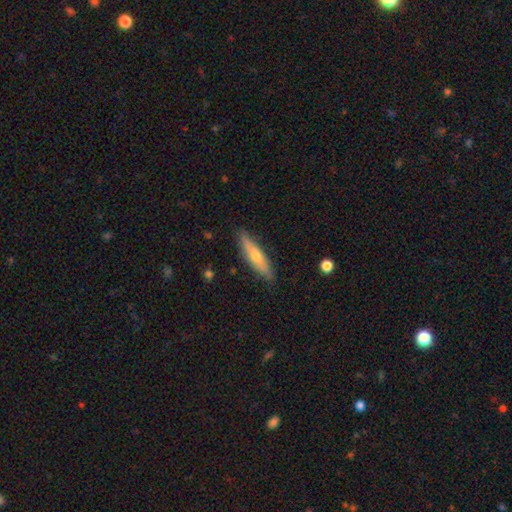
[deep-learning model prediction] Smooth or featured? Predicted: smooth (p=0.53). How rounded? Predicted: cigar-shaped (p=0.78). Merging? Predicted: none (p=0.85).